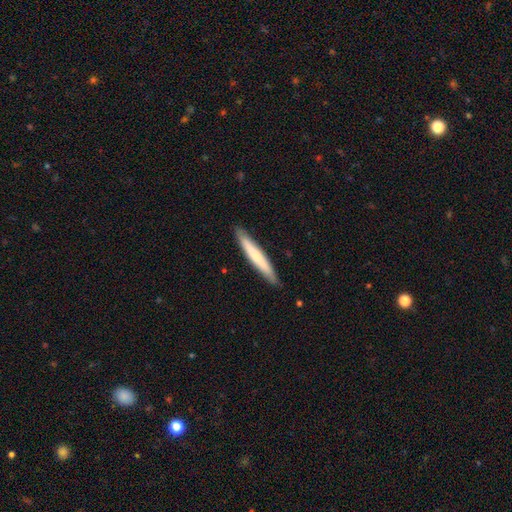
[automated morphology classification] A smooth galaxy with no disk features (65%) that is cigar-shaped (95%).

Vote fractions:
- Smooth or featured? smooth: 65% / featured or disk: 30% / star or artifact: 5%
- How rounded? cigar-shaped: 95% / in between: 4% / round: 1%
- Merging? none: 89% / minor disturbance: 8% / major disturbance: 1% / merger: 1%